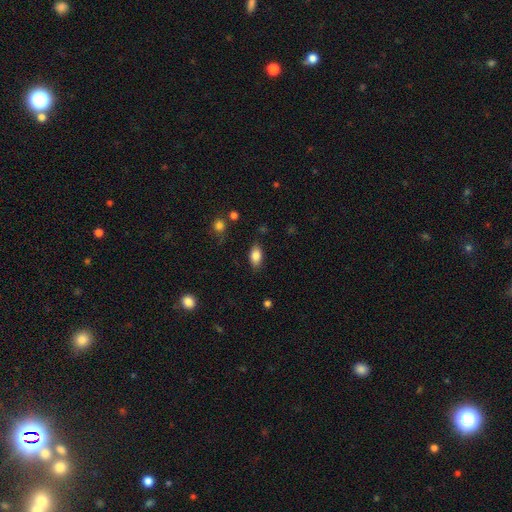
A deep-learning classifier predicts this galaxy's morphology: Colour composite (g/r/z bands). It shows a smooth galaxy with no disk features (84%) that is in between round and cigar-shaped (90%). Merging: none (82%).